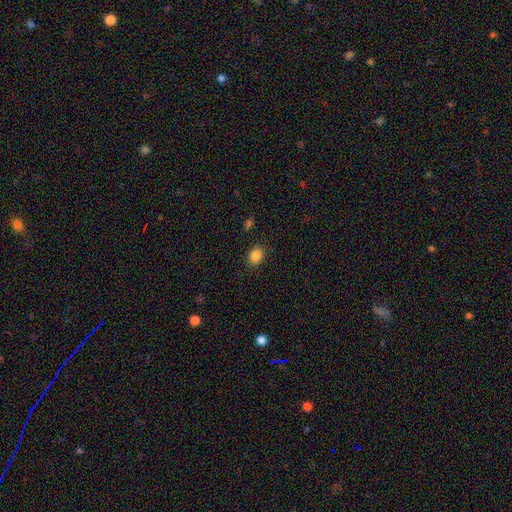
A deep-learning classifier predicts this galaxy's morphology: smooth 86%, star or artifact 10%, featured or disk 4%. Down the decision tree: how rounded — in between (57%); merging — none (88%).